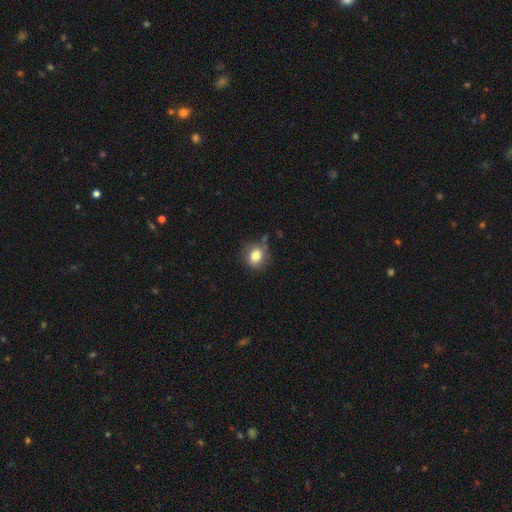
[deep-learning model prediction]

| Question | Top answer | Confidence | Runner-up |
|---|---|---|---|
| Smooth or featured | smooth | 80% | star or artifact (10%) |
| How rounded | round | 73% | in between (26%) |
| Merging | none | 75% | minor disturbance (18%) |